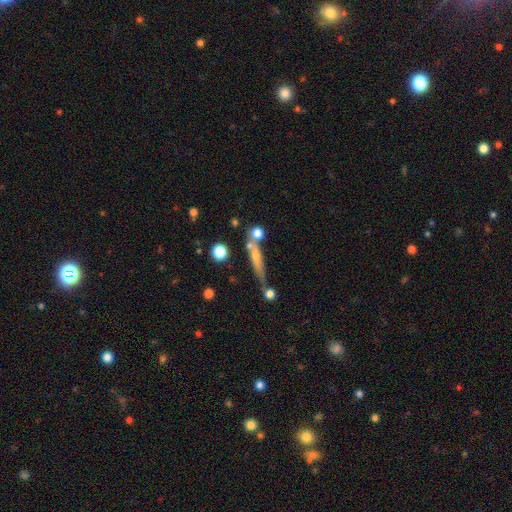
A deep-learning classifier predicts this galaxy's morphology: Smooth or featured: featured or disk — 49% (smooth — 37%)
Merging: none — 68% (merger — 14%)